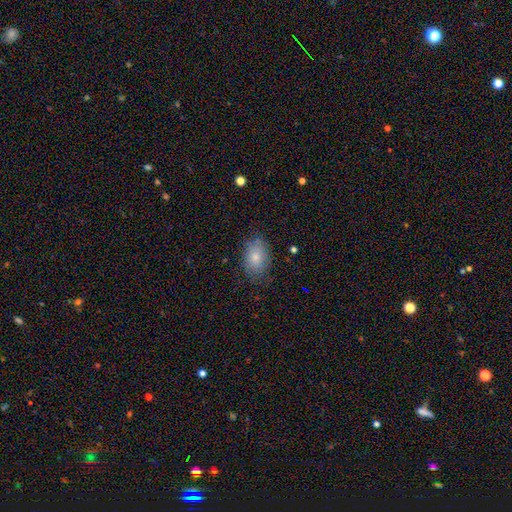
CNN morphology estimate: This is likely a smooth galaxy (77%). How rounded: clearly in between (82%). Merging: likely none (79%).